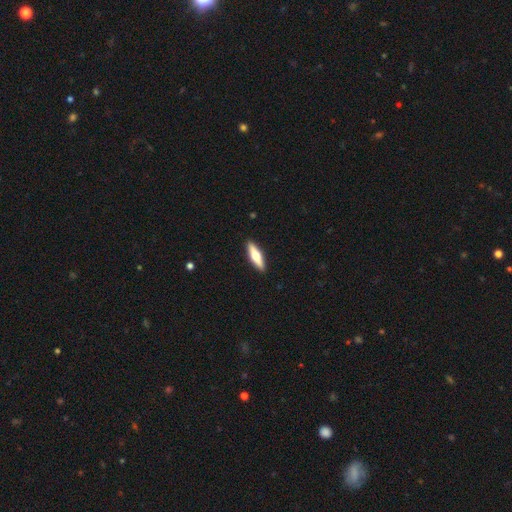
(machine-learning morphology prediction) A smooth galaxy with no disk features (49%).

Vote fractions:
- Smooth or featured? smooth: 49% / featured or disk: 46% / star or artifact: 5%
- Merging? none: 91% / minor disturbance: 6% / major disturbance: 1% / merger: 1%